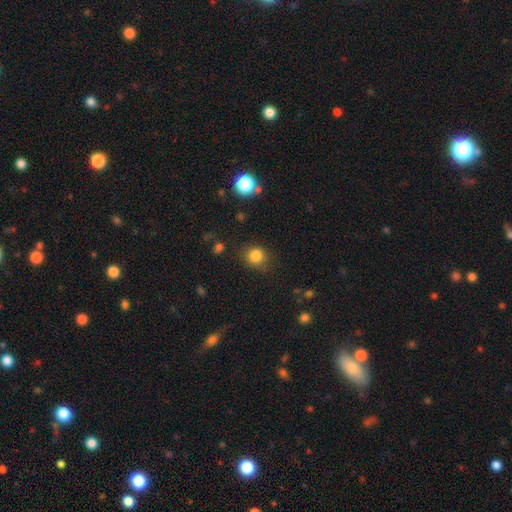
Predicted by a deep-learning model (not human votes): smooth 84%, star or artifact 12%, featured or disk 4%. Down the decision tree: how rounded — round (82%); merging — none (81%).